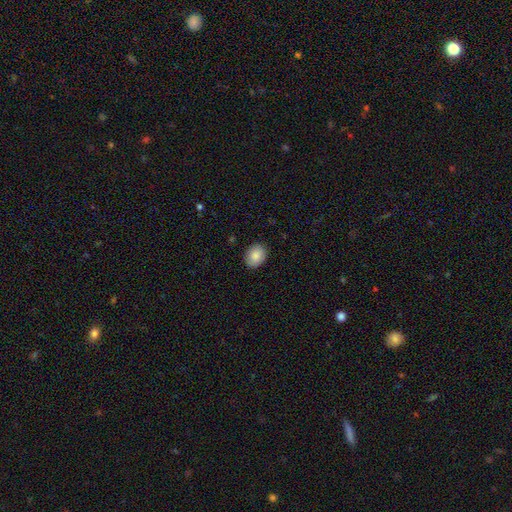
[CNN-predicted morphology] Smooth or featured? smooth (87%)
How rounded? in between (59%)
Merging? none (88%)